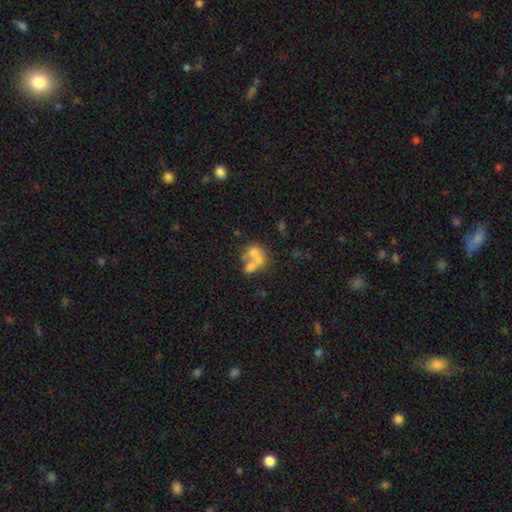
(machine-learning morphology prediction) smooth 49%, featured or disk 36%, star or artifact 15%. Down the decision tree: merging — merger (62%).